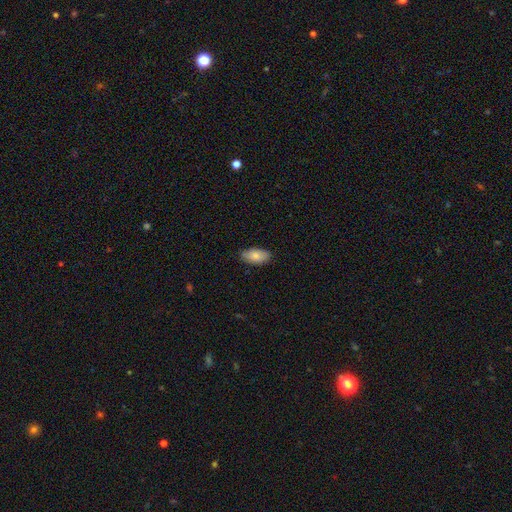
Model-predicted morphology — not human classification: Smooth or featured? Predicted: smooth (p=0.82). How rounded? Predicted: in between (p=0.93). Merging? Predicted: none (p=0.82).